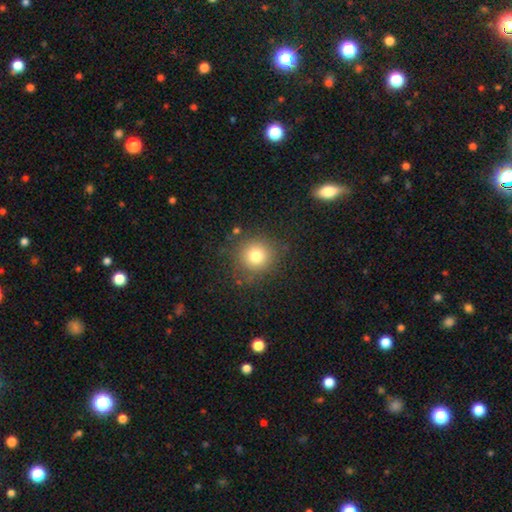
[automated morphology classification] This is likely a smooth galaxy (78%). How rounded: clearly round (91%). Merging: clearly none (84%).